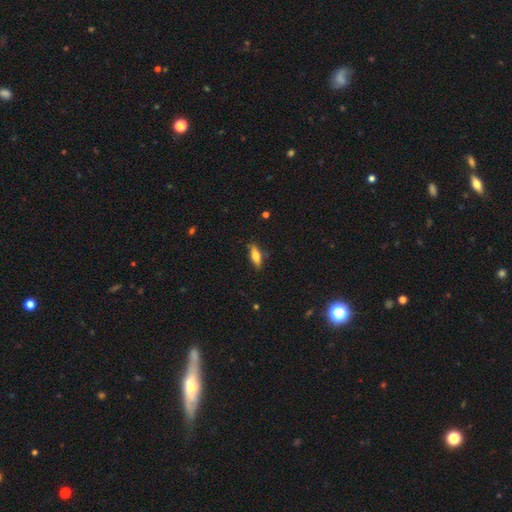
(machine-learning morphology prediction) Smooth or featured? smooth (71%)
How rounded? in between (66%)
Merging? none (76%)